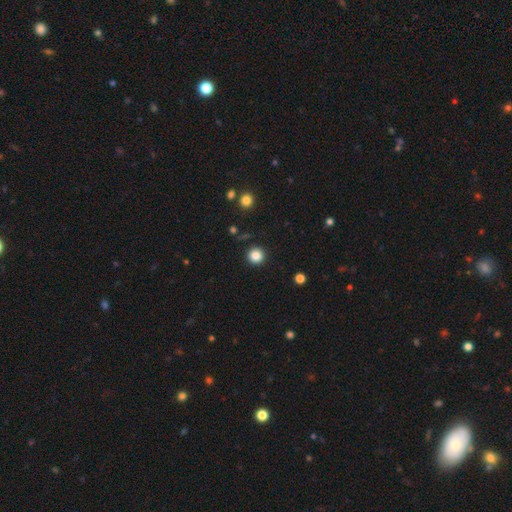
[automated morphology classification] This is clearly a smooth galaxy (84%). How rounded: clearly round (95%). Merging: clearly none (92%).